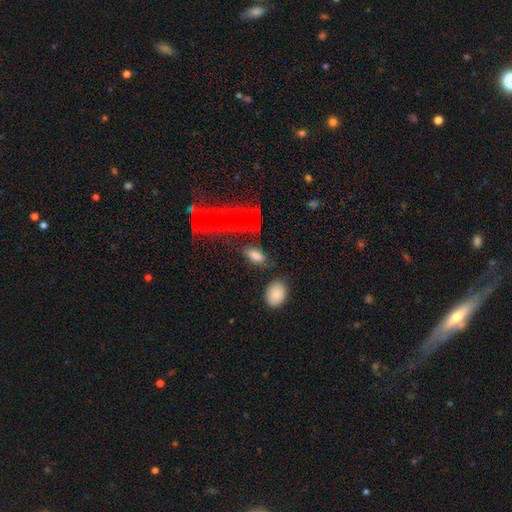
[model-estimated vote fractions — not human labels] Smooth or featured? Predicted: smooth (p=0.75). How rounded? Predicted: in between (p=0.87). Merging? Predicted: none (p=0.65).